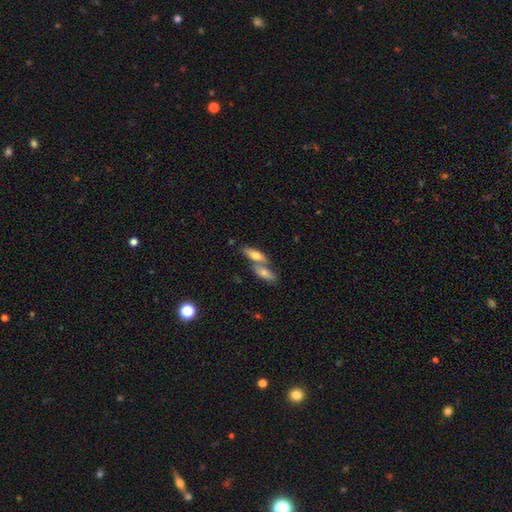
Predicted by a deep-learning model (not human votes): Smooth or featured: smooth — 68% (featured or disk — 25%)
How rounded: in between — 59% (cigar-shaped — 38%)
Merging: merger — 54% (none — 36%)